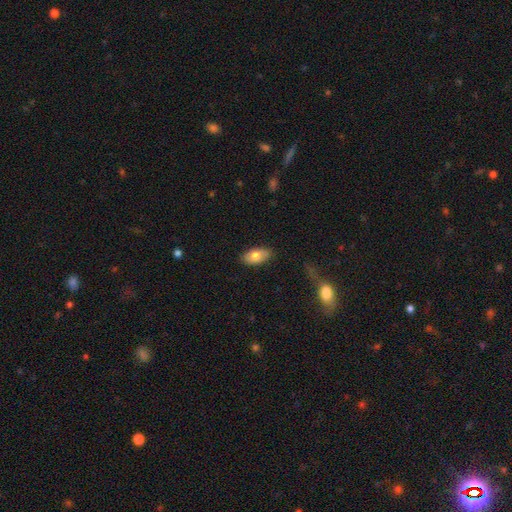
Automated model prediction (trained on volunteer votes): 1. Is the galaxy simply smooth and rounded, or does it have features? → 77% smooth, 16% featured or disk, 7% star or artifact.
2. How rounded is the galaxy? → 93% in between, 4% cigar-shaped, 4% round.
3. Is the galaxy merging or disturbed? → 85% none, 12% minor disturbance, 2% major disturbance, 1% merger.